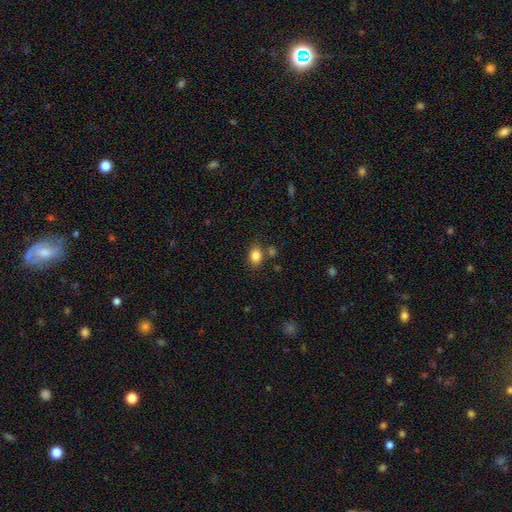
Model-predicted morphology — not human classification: type=smooth (85%); roundness=in between (69%); merging=none (75%).